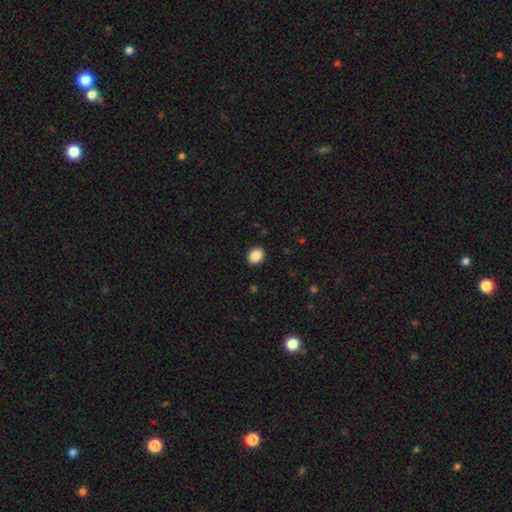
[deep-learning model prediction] smooth-or-featured: smooth: 88% | star or artifact: 9% | featured or disk: 3%
  how-rounded: round: 61% | in between: 38% | cigar-shaped: 1%
  merging: none: 91% | minor disturbance: 6% | major disturbance: 2% | merger: 1%